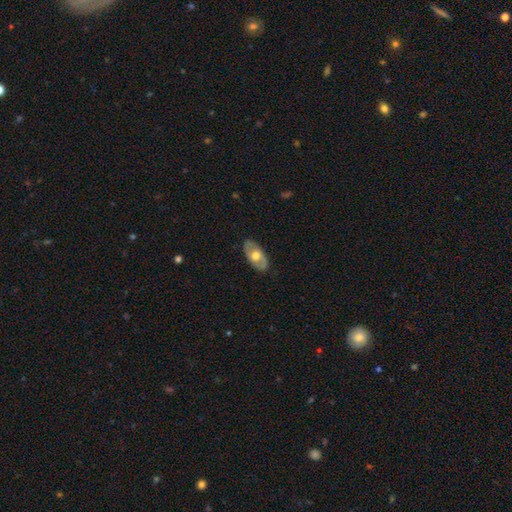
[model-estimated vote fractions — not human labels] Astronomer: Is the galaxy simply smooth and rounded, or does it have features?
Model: featured or disk — 48% (runner-up: smooth, 47%).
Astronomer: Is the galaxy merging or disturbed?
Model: none — 84%.